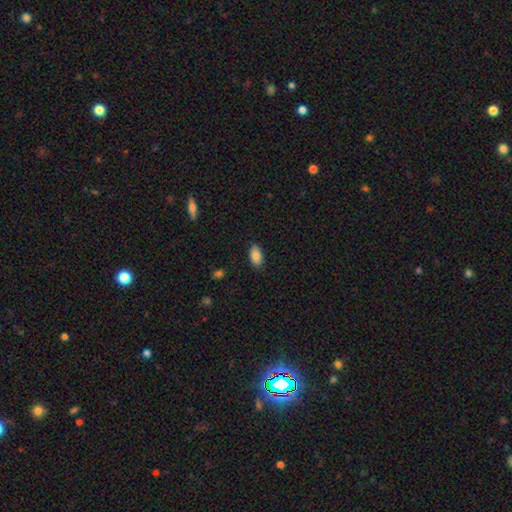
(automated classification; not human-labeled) Smooth or featured? smooth (86%)
How rounded? in between (93%)
Merging? none (86%)